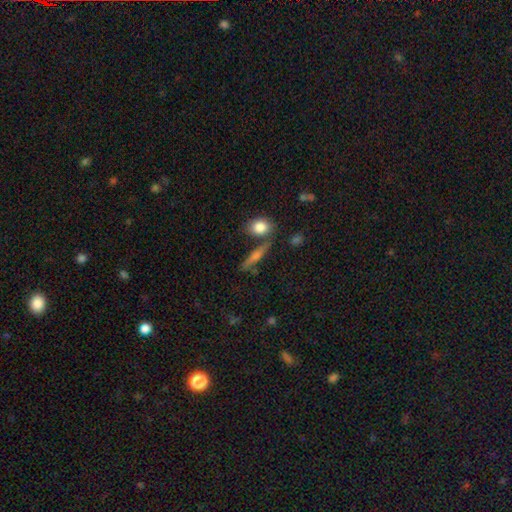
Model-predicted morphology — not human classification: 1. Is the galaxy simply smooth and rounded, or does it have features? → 45% featured or disk, 44% smooth, 12% star or artifact.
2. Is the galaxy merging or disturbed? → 72% none, 13% minor disturbance, 11% merger, 4% major disturbance.